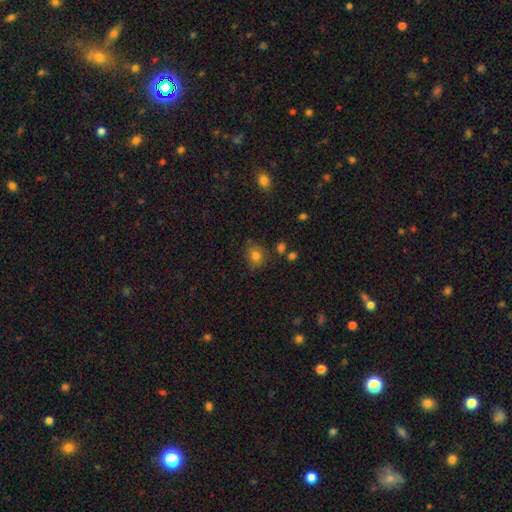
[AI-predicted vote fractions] This is likely a smooth galaxy (78%). How rounded: likely round (77%). Merging: likely none (76%).